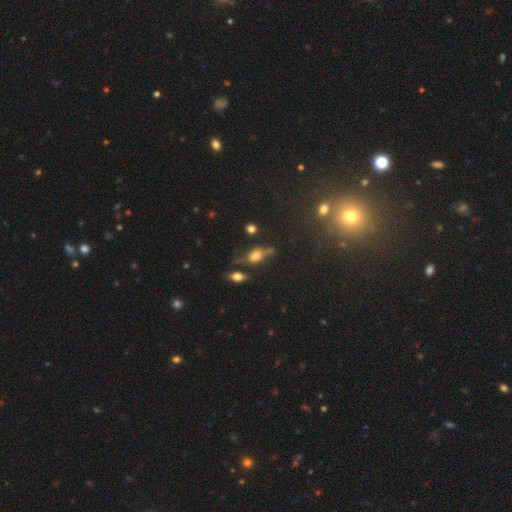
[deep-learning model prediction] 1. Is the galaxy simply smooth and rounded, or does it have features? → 58% smooth, 26% featured or disk, 16% star or artifact.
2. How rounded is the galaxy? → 72% in between, 19% round, 10% cigar-shaped.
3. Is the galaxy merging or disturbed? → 53% none, 22% minor disturbance, 14% merger, 11% major disturbance.